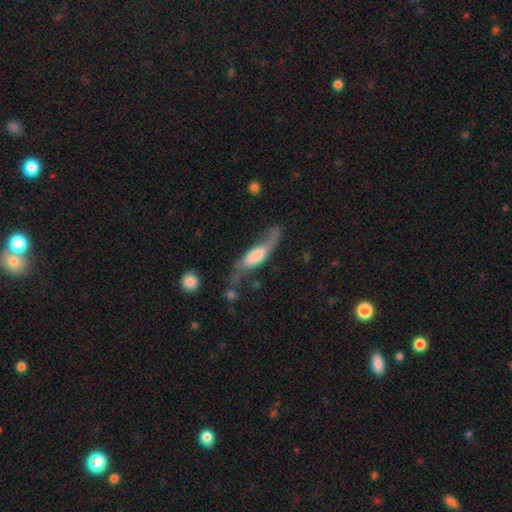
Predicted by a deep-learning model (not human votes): Smooth or featured: featured or disk — 68% (smooth — 25%)
Edge-on disk: no — 62% (yes — 38%)
Merging: none — 51% (minor disturbance — 25%)